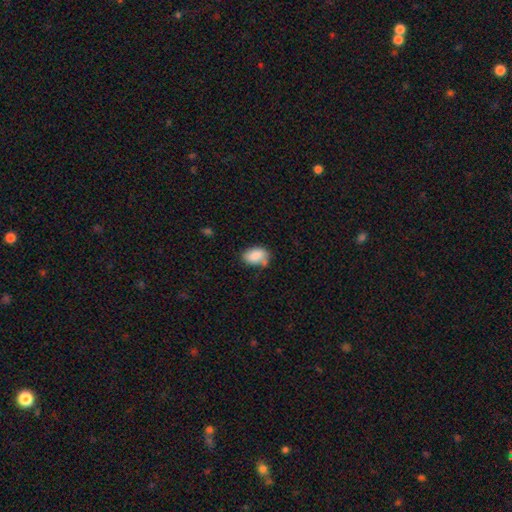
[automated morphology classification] Smooth or featured? smooth (85%)
How rounded? in between (86%)
Merging? none (62%)